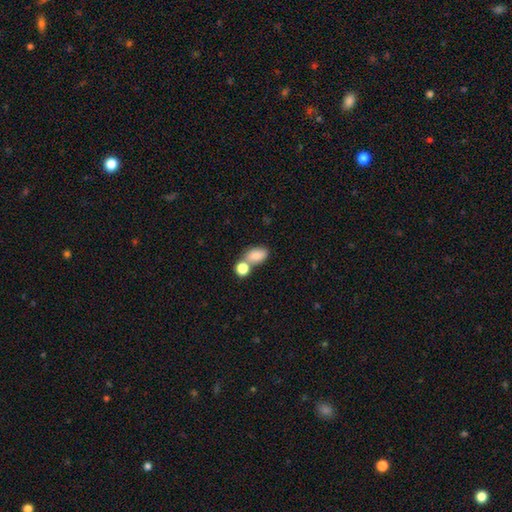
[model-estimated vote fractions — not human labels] Smooth or featured? smooth (83%)
How rounded? in between (85%)
Merging? merger (42%)